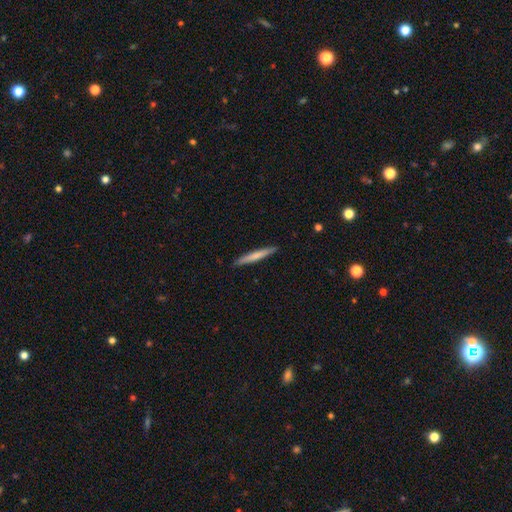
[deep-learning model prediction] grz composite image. It shows a smooth galaxy with no disk features (67%) that is cigar-shaped (96%). Merging: none (90%).